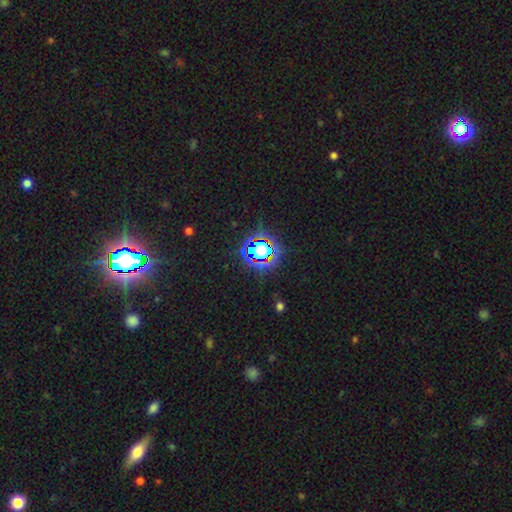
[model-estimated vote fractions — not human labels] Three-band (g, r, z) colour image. It shows a star or artifact, not a galaxy (69%).